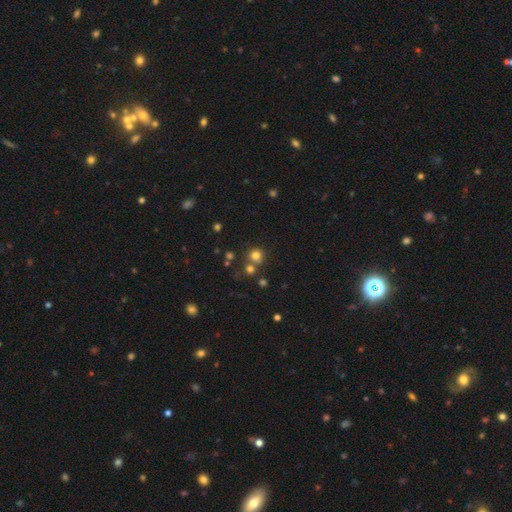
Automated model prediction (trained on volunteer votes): Smooth or featured? Predicted: smooth (p=0.73). How rounded? Predicted: round (p=0.89). Merging? Predicted: none (p=0.64).